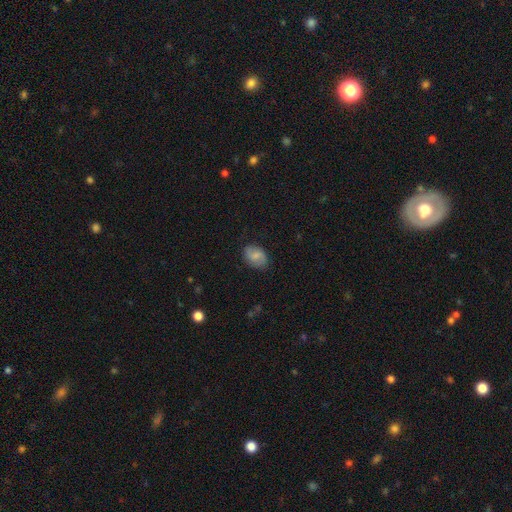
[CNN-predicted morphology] The model was most divided on "how rounded": in between: 73%, round: 25%, cigar-shaped: 1%. More confident: merging — none (79%); smooth or featured — smooth (70%).